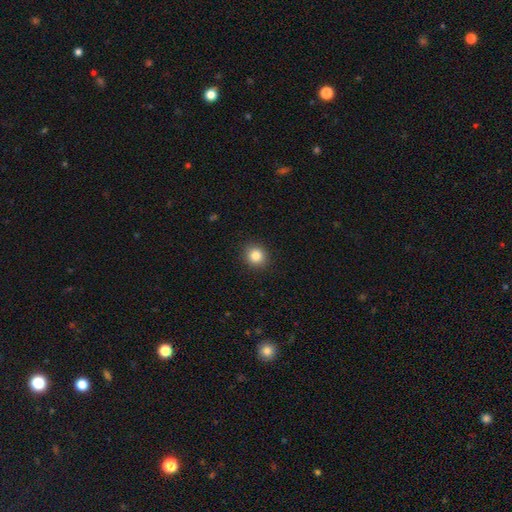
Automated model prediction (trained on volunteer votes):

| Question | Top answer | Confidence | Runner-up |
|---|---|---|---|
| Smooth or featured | smooth | 84% | star or artifact (11%) |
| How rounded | round | 86% | in between (13%) |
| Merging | none | 91% | minor disturbance (6%) |